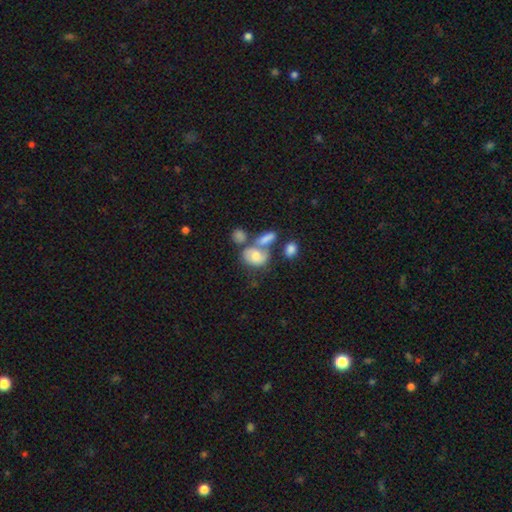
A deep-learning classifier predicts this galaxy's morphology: type=smooth (58%); roundness=in between (69%); merging=merger (43%).